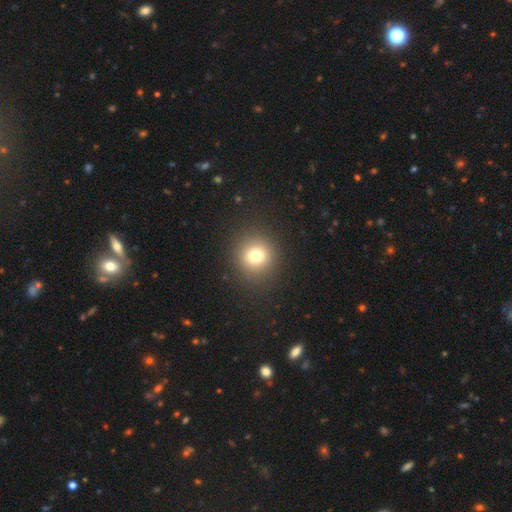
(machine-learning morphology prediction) Overall: smooth (76%). How rounded: round (89%). Merging: none (89%).